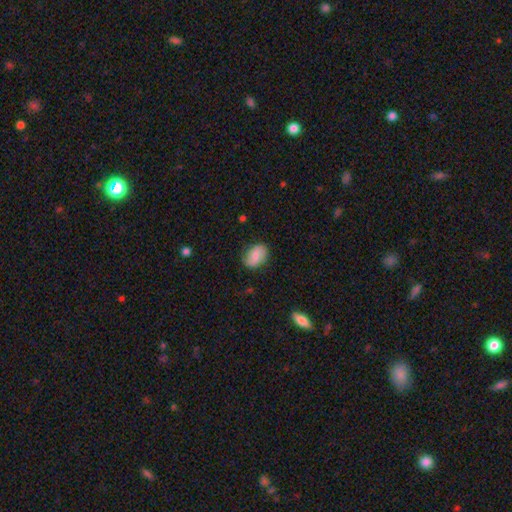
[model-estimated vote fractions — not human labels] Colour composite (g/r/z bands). It shows a smooth galaxy with no disk features (62%) that is in between round and cigar-shaped (78%). Merging: none (76%).